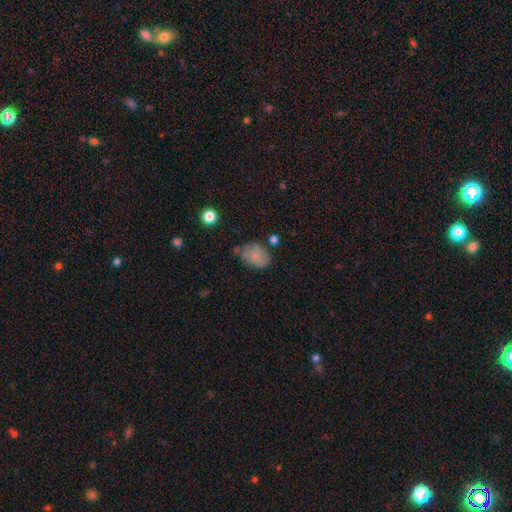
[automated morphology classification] This is likely a smooth galaxy (78%). How rounded: likely in between (74%). Merging: possibly none (51%).